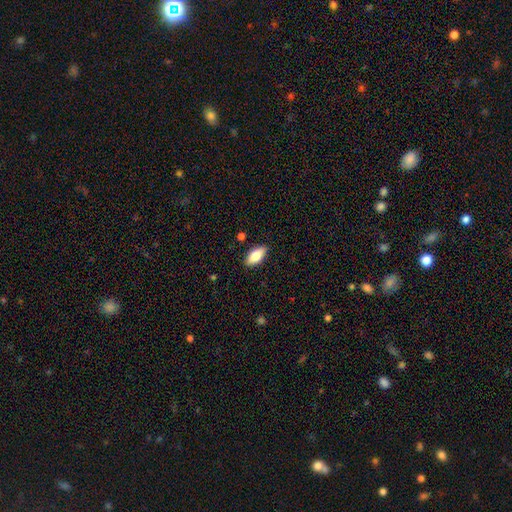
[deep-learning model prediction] A smooth galaxy with no disk features (77%) that is in between round and cigar-shaped (87%). Merging: none (87%).